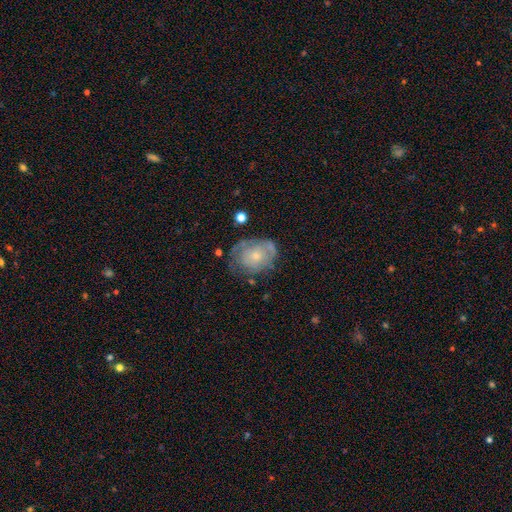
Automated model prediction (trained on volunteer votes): Smooth or featured?
  - featured or disk: 53% *
  - smooth: 39%
  - star or artifact: 8%
Edge-on disk?
  - no: 96% *
  - yes: 4%
Bar?
  - no: 86% *
  - weak: 12%
  - strong: 2%
Spiral arms?
  - yes: 54% *
  - no: 46%
Bulge size?
  - small: 63% *
  - moderate: 31%
  - none: 3%
  - large: 2%
  - dominant: 1%
Merging?
  - none: 49% *
  - minor disturbance: 29%
  - major disturbance: 18%
  - merger: 3%